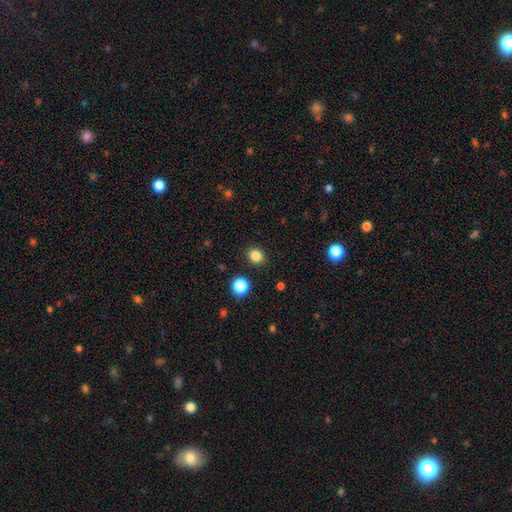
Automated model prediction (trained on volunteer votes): A smooth galaxy with no disk features (84%) that is round (64%). Merging: none (89%).